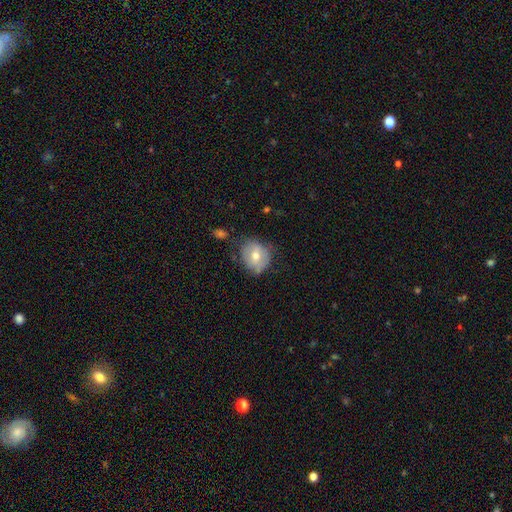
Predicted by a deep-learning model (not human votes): Smooth or featured? smooth (59%)
How rounded? round (69%)
Merging? none (63%)